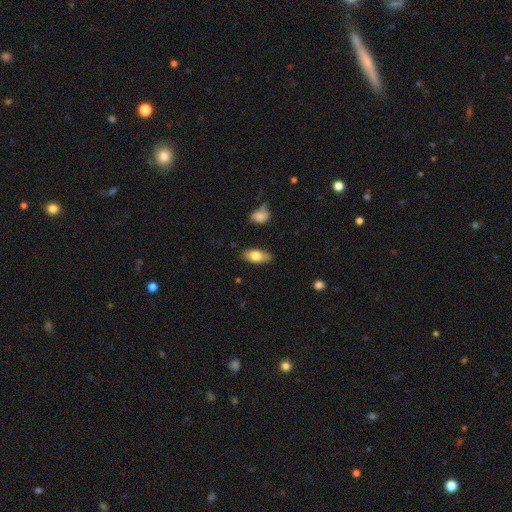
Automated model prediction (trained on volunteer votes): Q: Smooth or featured?
A: smooth (75%); runner-up: featured or disk (18%)
Q: How rounded?
A: in between (87%); runner-up: cigar-shaped (9%)
Q: Merging?
A: none (82%); runner-up: minor disturbance (14%)